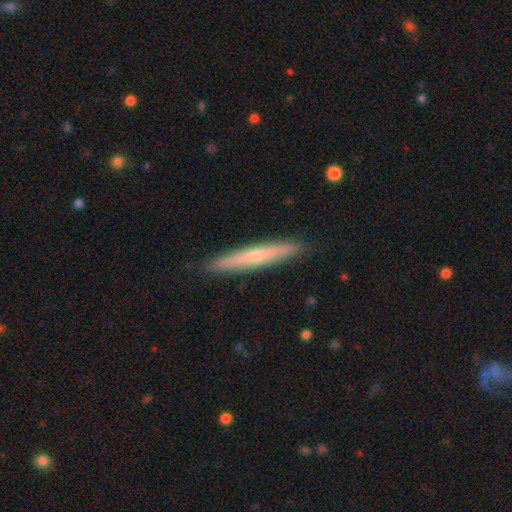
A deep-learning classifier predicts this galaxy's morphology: A smooth galaxy with no disk features (49%).

Vote fractions:
- Smooth or featured? smooth: 49% / featured or disk: 45% / star or artifact: 6%
- Merging? none: 91% / minor disturbance: 7% / major disturbance: 1% / merger: 1%